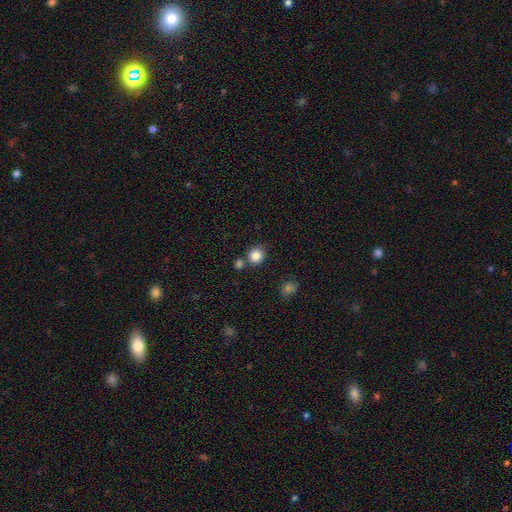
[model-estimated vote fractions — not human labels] Smooth or featured? smooth (85%)
How rounded? round (86%)
Merging? none (74%)